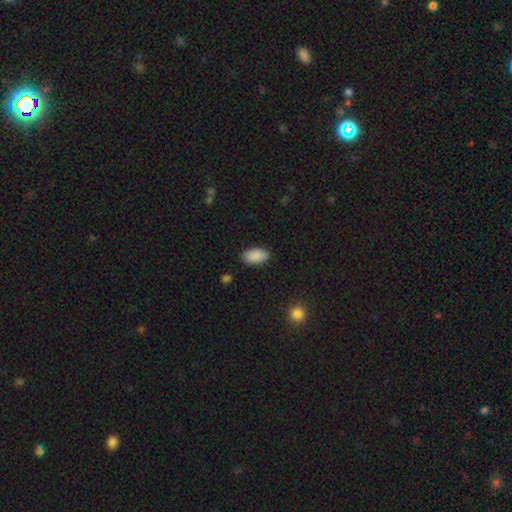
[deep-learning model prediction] smooth-or-featured: smooth: 90% | star or artifact: 7% | featured or disk: 3%
  how-rounded: in between: 94% | cigar-shaped: 3% | round: 3%
  merging: none: 87% | minor disturbance: 10% | major disturbance: 2% | merger: 1%